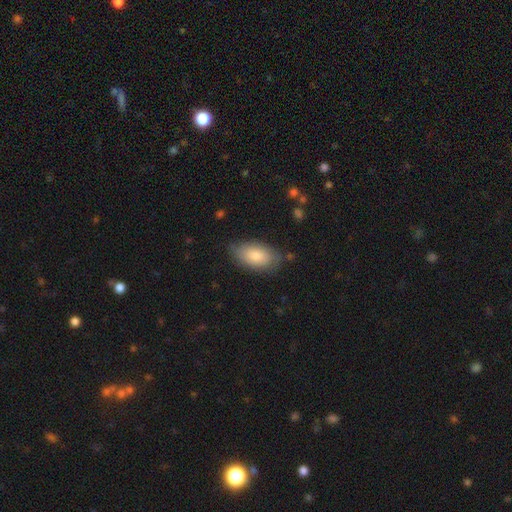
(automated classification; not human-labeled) This appears to be a smooth galaxy with no disk features (82%) that is in between round and cigar-shaped (94%). Merging: none (77%).